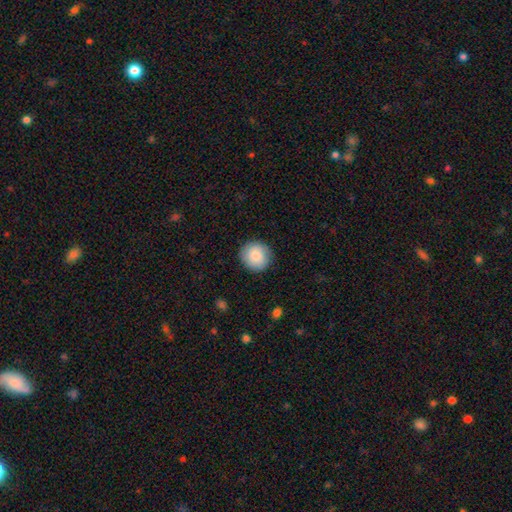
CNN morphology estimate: A smooth galaxy with no disk features (83%) that is round (90%).

Vote fractions:
- Smooth or featured? smooth: 83% / featured or disk: 10% / star or artifact: 7%
- How rounded? round: 90% / in between: 9% / cigar-shaped: 1%
- Merging? none: 87% / minor disturbance: 9% / major disturbance: 2% / merger: 1%